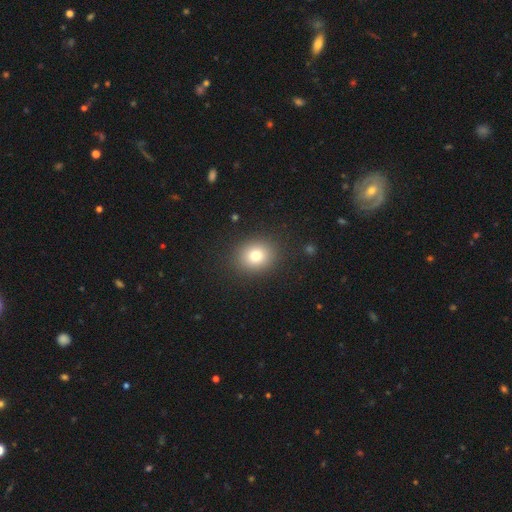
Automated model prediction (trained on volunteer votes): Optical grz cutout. It shows a smooth galaxy with no disk features (78%) that is round (70%). Merging: none (89%).